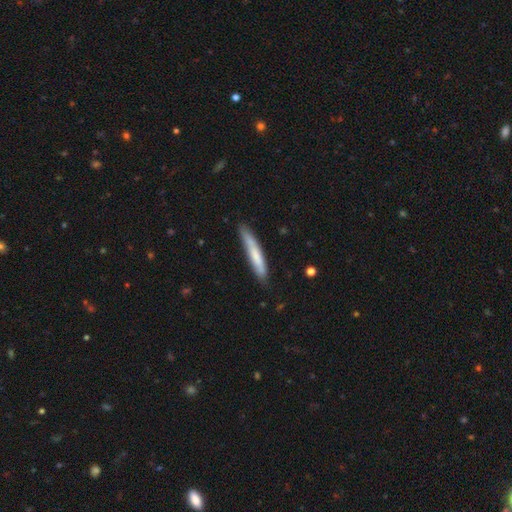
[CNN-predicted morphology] Q: Smooth or featured?
A: smooth (67%); runner-up: featured or disk (27%)
Q: How rounded?
A: cigar-shaped (93%); runner-up: in between (6%)
Q: Merging?
A: none (78%); runner-up: minor disturbance (18%)